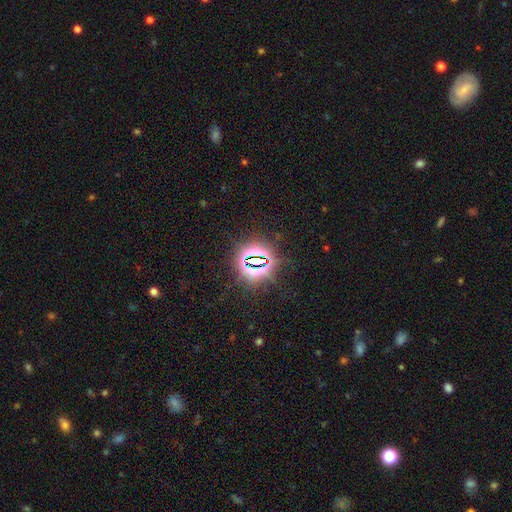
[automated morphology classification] A star or artifact, not a galaxy (81%).